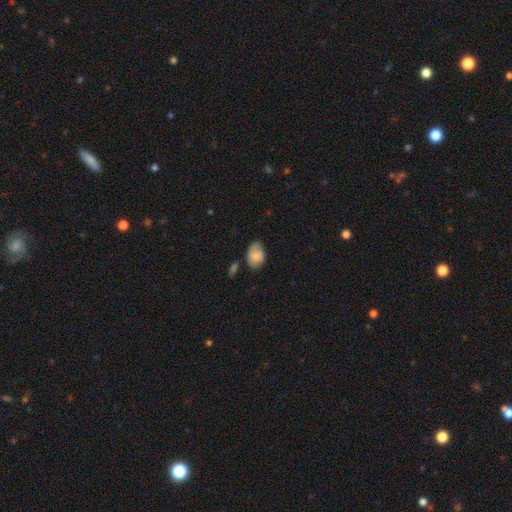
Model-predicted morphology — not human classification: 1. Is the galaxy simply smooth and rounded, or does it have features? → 78% smooth, 15% featured or disk, 8% star or artifact.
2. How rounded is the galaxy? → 81% in between, 18% round, 1% cigar-shaped.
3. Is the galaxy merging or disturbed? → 50% none, 36% minor disturbance, 9% major disturbance, 6% merger.